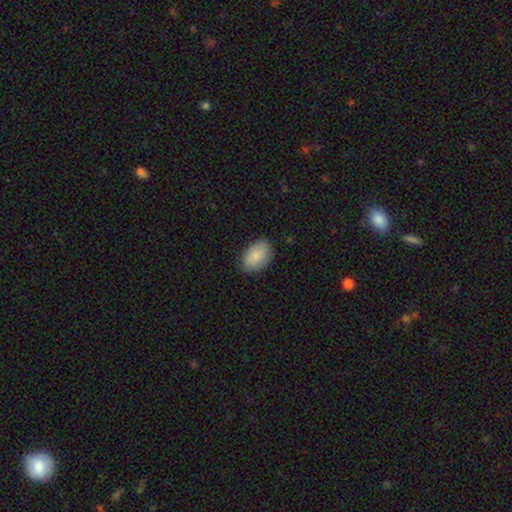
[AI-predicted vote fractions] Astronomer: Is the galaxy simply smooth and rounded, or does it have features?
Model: smooth — 84%.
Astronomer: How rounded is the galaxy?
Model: in between — 89%.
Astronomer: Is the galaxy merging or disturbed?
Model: none — 83%.